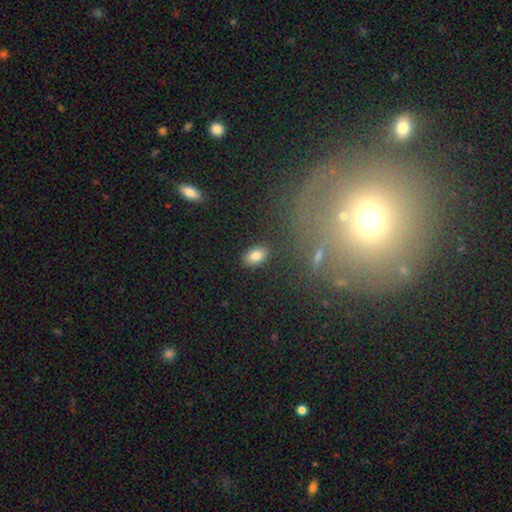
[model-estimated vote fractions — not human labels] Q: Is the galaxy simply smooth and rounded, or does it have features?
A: smooth — 82%.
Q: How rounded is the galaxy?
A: in between — 87%.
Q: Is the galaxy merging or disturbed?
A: none — 86%.